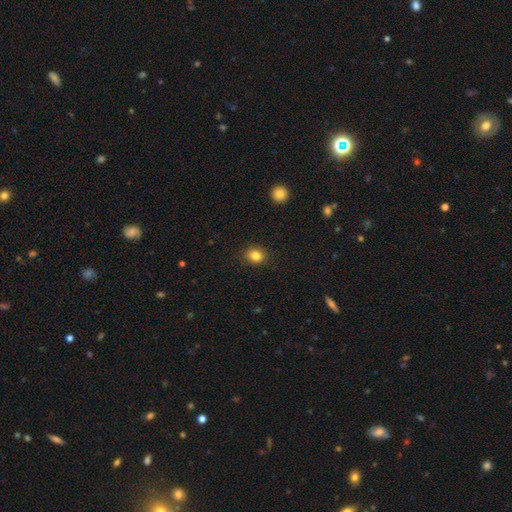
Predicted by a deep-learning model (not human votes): smooth 84%, star or artifact 11%, featured or disk 6%. Down the decision tree: how rounded — round (63%); merging — none (88%).